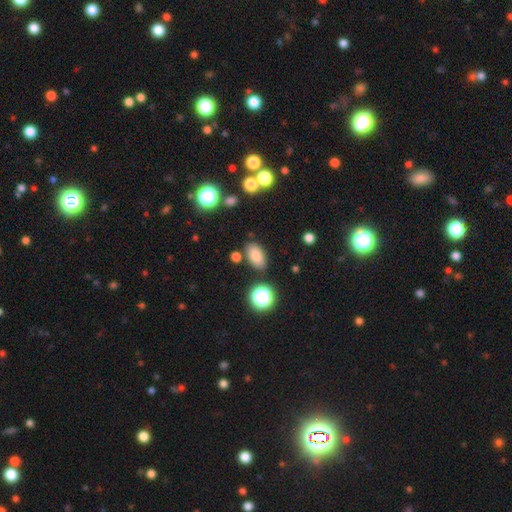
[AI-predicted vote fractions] smooth-or-featured: smooth: 81% | star or artifact: 12% | featured or disk: 7%
  how-rounded: in between: 90% | round: 8% | cigar-shaped: 3%
  merging: none: 82% | minor disturbance: 10% | merger: 5% | major disturbance: 3%